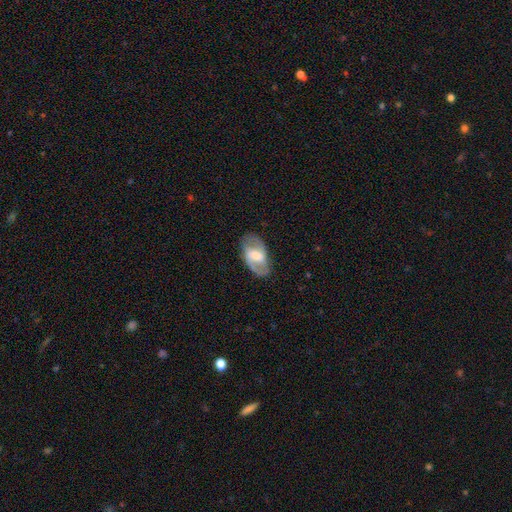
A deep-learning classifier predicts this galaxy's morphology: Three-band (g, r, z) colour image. It shows a featured or disk galaxy (73%) with a weak bar (48%), 2 (87%) medium (51%) spiral arms (84%) and a moderate central bulge (49%). Merging: none (82%).